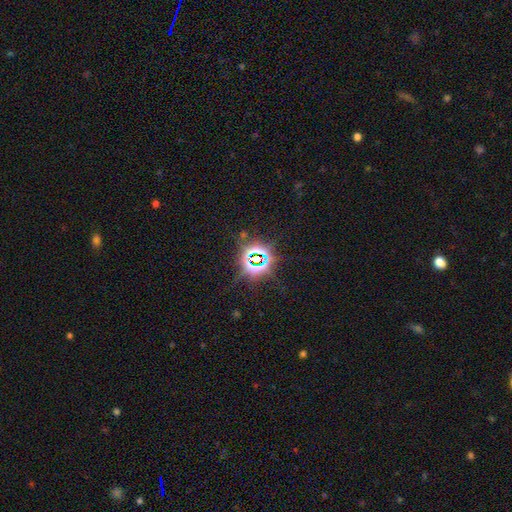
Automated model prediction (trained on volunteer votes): Smooth or featured? star or artifact (83%)